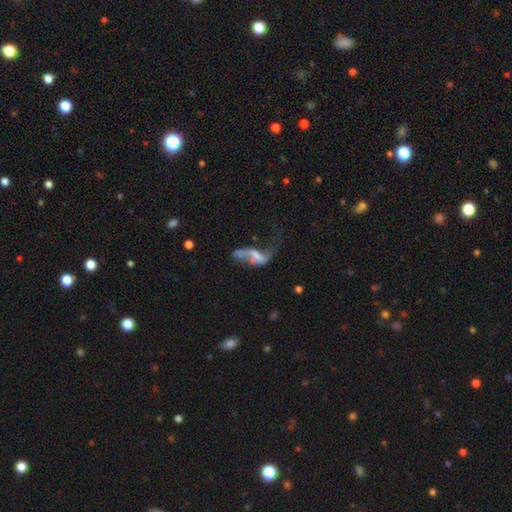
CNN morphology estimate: Smooth or featured?
  - featured or disk: 73% *
  - smooth: 19%
  - star or artifact: 8%
Edge-on disk?
  - no: 93% *
  - yes: 7%
Bar?
  - weak: 40% *
  - no: 39%
  - strong: 21%
Spiral arms?
  - yes: 80% *
  - no: 20%
Spiral winding?
  - loose: 89% *
  - medium: 8%
  - tight: 3%
Spiral arm count?
  - 2: 84% *
  - 1: 9%
  - can't tell: 4%
  - 3: 1%
  - 4: 1%
  - more than 4: 1%
Bulge size?
  - none: 41% *
  - small: 33%
  - moderate: 20%
  - large: 4%
  - dominant: 2%
Merging?
  - none: 35% *
  - major disturbance: 34%
  - minor disturbance: 18%
  - merger: 12%